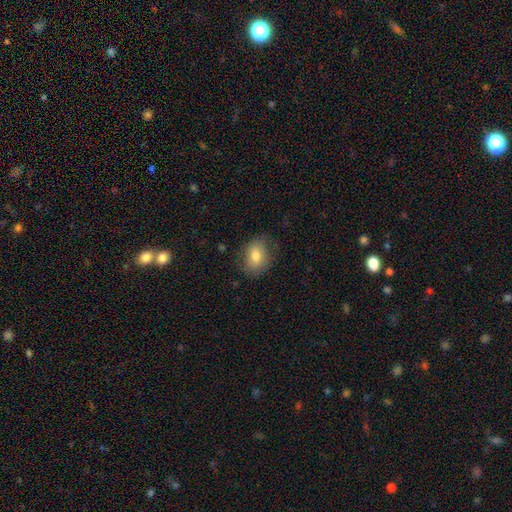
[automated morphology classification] This appears to be a smooth galaxy with no disk features (74%) that is in between round and cigar-shaped (68%). Merging: none (70%).